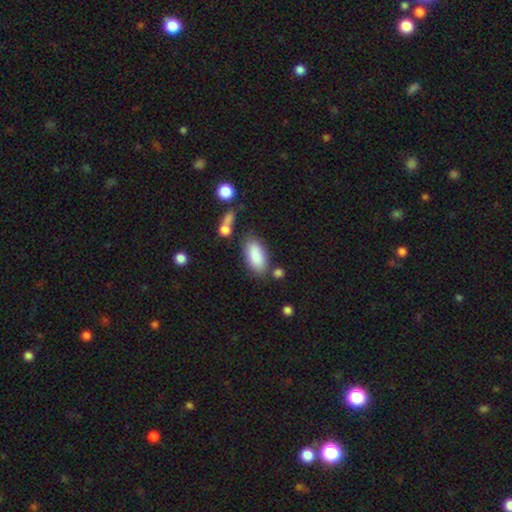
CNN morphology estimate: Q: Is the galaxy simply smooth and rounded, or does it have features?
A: smooth — 87%.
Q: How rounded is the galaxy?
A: in between — 88%.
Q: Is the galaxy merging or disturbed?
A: none — 71%.